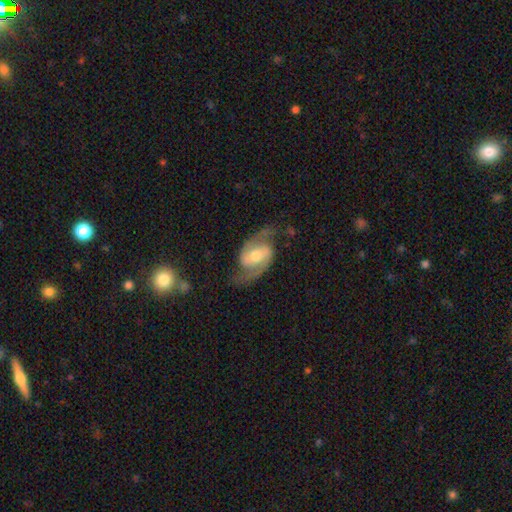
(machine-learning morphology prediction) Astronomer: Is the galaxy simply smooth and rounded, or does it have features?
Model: featured or disk — 89%.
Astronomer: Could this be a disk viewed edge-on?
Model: no — 97%.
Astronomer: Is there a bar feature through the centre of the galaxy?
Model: weak — 44% (runner-up: no, 33%).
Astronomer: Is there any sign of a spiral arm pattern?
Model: yes — 97%.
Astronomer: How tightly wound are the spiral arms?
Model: medium — 52% (runner-up: loose, 33%).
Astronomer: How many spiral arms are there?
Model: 2 — 94%.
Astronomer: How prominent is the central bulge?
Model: moderate — 66%.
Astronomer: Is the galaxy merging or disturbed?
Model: none — 77%.